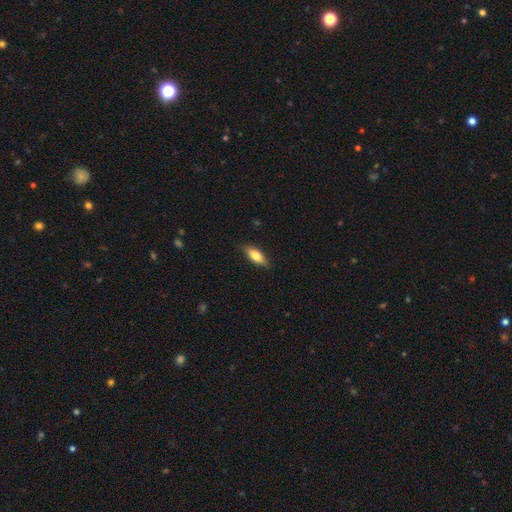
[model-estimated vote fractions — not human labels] This is likely a smooth galaxy (74%). How rounded: likely in between (69%). Merging: clearly none (85%).